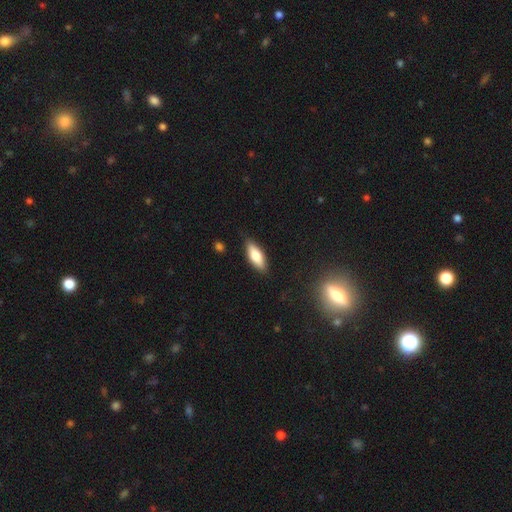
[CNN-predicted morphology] Smooth or featured: smooth — 76% (featured or disk — 18%)
How rounded: in between — 70% (cigar-shaped — 28%)
Merging: none — 86% (minor disturbance — 10%)